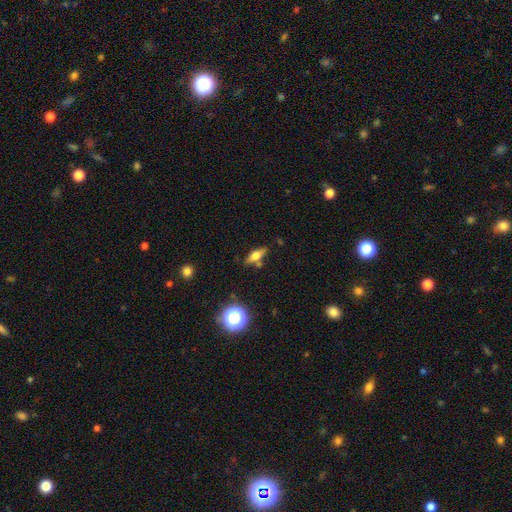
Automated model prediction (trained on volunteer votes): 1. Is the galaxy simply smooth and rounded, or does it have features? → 47% smooth, 42% featured or disk, 12% star or artifact.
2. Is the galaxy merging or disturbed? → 73% none, 15% minor disturbance, 8% merger, 4% major disturbance.